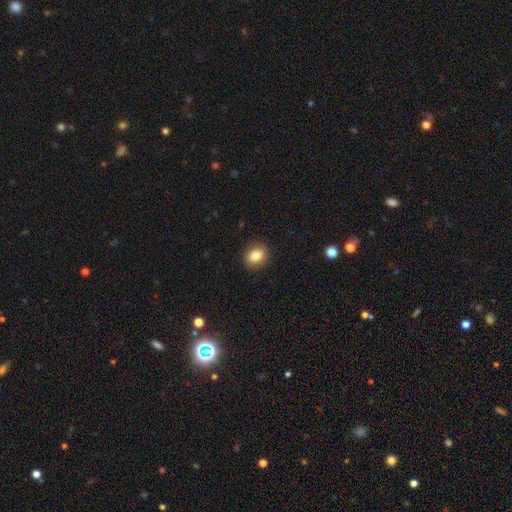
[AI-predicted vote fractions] Smooth or featured? Predicted: smooth (p=0.84). How rounded? Predicted: round (p=0.50). Merging? Predicted: none (p=0.89).